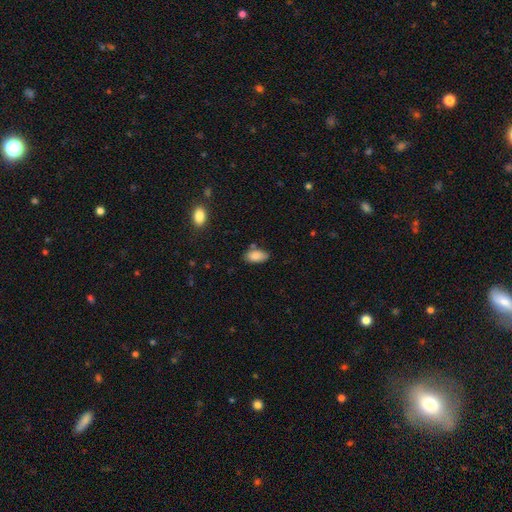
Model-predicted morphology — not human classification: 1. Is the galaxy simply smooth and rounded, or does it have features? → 87% smooth, 7% star or artifact, 6% featured or disk.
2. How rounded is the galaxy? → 93% in between, 4% cigar-shaped, 3% round.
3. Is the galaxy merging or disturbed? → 74% none, 18% minor disturbance, 5% merger, 3% major disturbance.